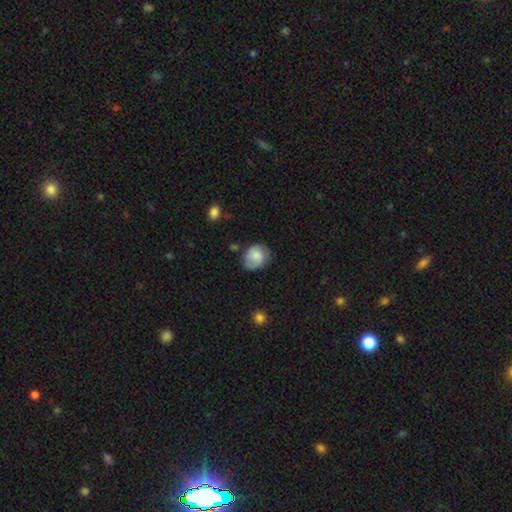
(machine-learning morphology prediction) Smooth or featured?
  - smooth: 63% *
  - featured or disk: 29%
  - star or artifact: 8%
How rounded?
  - round: 57% *
  - in between: 42%
  - cigar-shaped: 1%
Merging?
  - none: 60% *
  - minor disturbance: 29%
  - major disturbance: 9%
  - merger: 3%